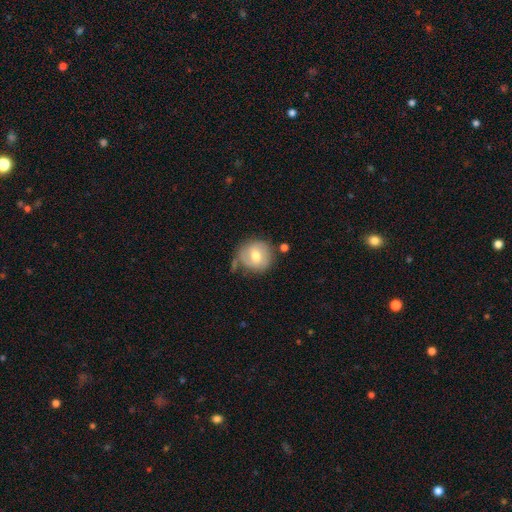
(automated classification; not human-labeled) A smooth galaxy with no disk features (65%) that is round (88%).

Vote fractions:
- Smooth or featured? smooth: 65% / featured or disk: 28% / star or artifact: 7%
- How rounded? round: 88% / in between: 11% / cigar-shaped: 1%
- Merging? none: 65% / minor disturbance: 20% / merger: 8% / major disturbance: 7%